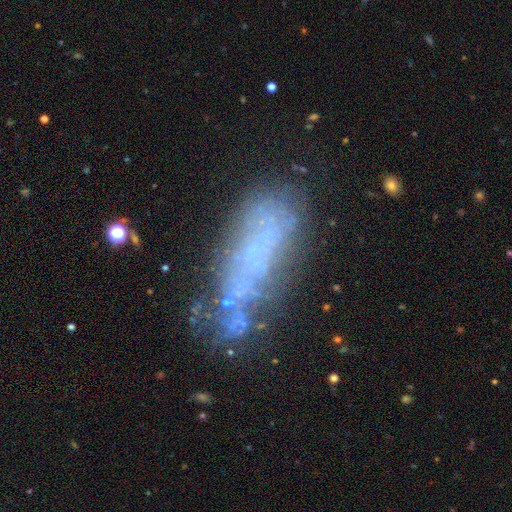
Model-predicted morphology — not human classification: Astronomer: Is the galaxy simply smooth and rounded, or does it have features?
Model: featured or disk — 50% (runner-up: smooth, 35%).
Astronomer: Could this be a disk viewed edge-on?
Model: no — 86%.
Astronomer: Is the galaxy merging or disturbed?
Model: none — 45% (runner-up: minor disturbance, 23%).